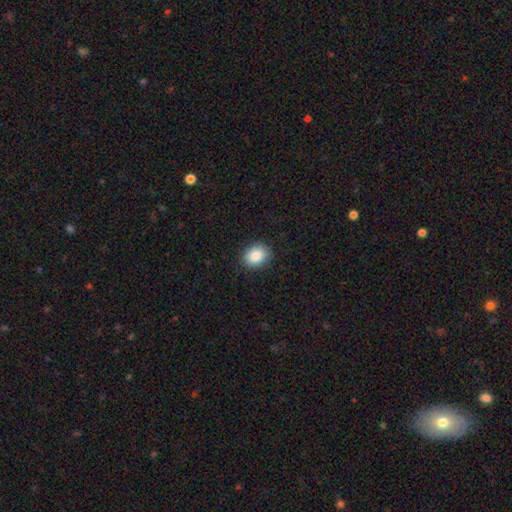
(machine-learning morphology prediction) Q: Smooth or featured?
A: smooth (88%); runner-up: star or artifact (8%)
Q: How rounded?
A: in between (61%); runner-up: round (38%)
Q: Merging?
A: none (88%); runner-up: minor disturbance (9%)